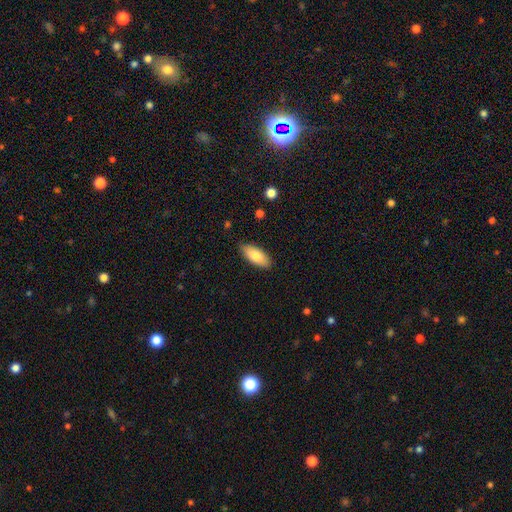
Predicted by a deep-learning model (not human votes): A smooth galaxy with no disk features (84%) that is in between round and cigar-shaped (83%).

Vote fractions:
- Smooth or featured? smooth: 84% / featured or disk: 10% / star or artifact: 6%
- How rounded? in between: 83% / cigar-shaped: 15% / round: 2%
- Merging? none: 87% / minor disturbance: 10% / major disturbance: 2% / merger: 1%